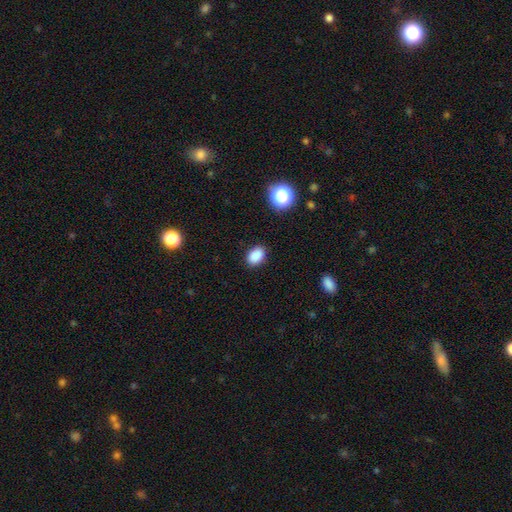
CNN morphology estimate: smooth_or_featured: smooth (p=0.87) [alt: star or artifact p=0.10]
how_rounded: in between (p=0.80) [alt: round p=0.19]
merging: none (p=0.87) [alt: minor disturbance p=0.10]